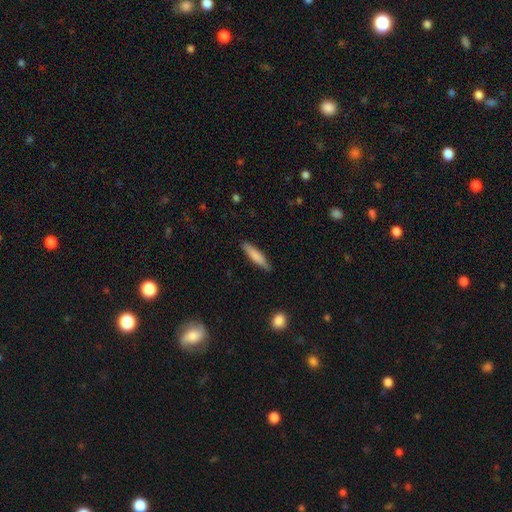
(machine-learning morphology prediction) Smooth or featured? Predicted: smooth (p=0.78). How rounded? Predicted: cigar-shaped (p=0.85). Merging? Predicted: none (p=0.85).